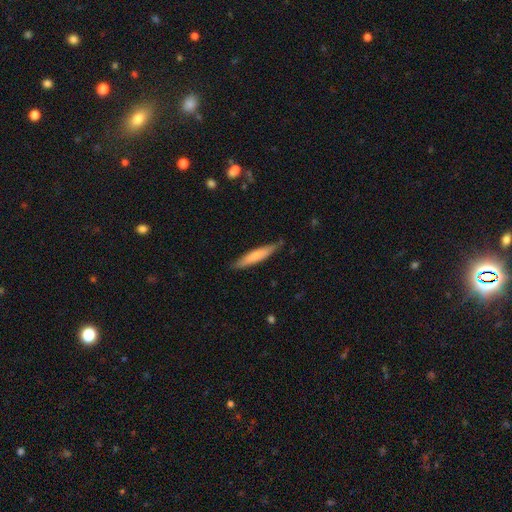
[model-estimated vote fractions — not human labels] smooth 69%, featured or disk 26%, star or artifact 5%. Down the decision tree: how rounded — cigar-shaped (91%); merging — none (83%).